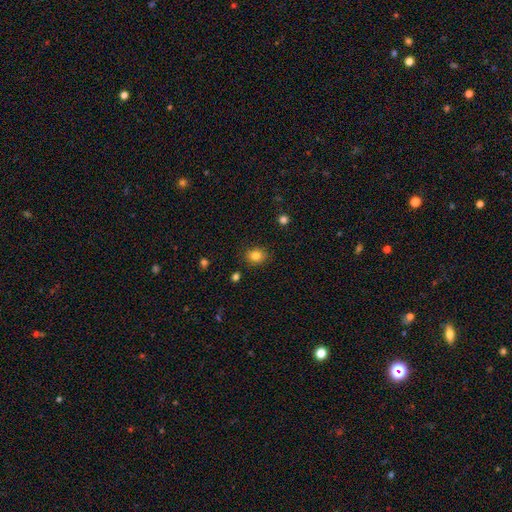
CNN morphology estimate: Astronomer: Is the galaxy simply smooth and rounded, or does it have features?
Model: smooth — 83%.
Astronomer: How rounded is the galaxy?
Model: round — 58% (runner-up: in between, 41%).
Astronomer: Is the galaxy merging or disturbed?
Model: none — 86%.